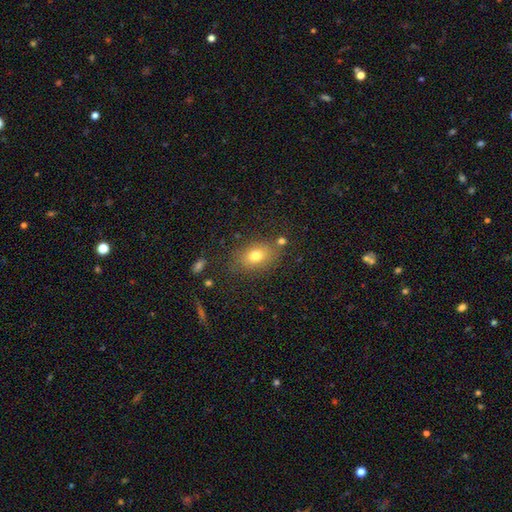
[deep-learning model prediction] smooth 76%, featured or disk 13%, star or artifact 12%. Down the decision tree: how rounded — in between (74%); merging — none (77%).